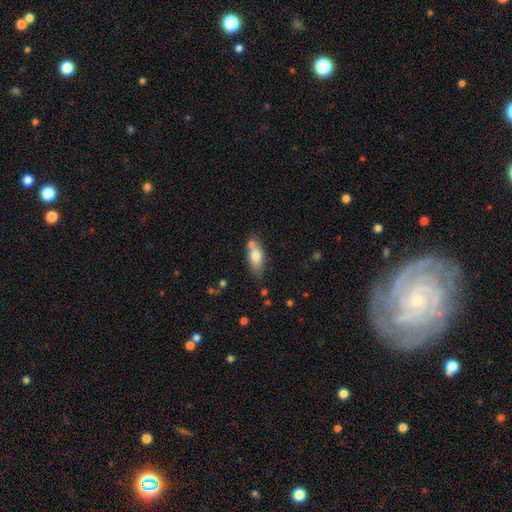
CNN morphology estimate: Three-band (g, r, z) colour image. It shows a smooth galaxy with no disk features (75%) that is in between round and cigar-shaped (79%). Merging: none (59%).